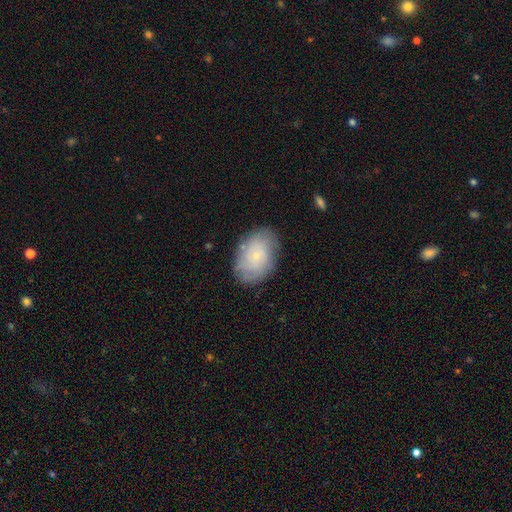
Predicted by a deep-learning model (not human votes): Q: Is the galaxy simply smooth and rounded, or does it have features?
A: smooth — 54%.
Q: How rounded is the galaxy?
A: in between — 83%.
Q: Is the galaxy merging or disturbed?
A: none — 76%.